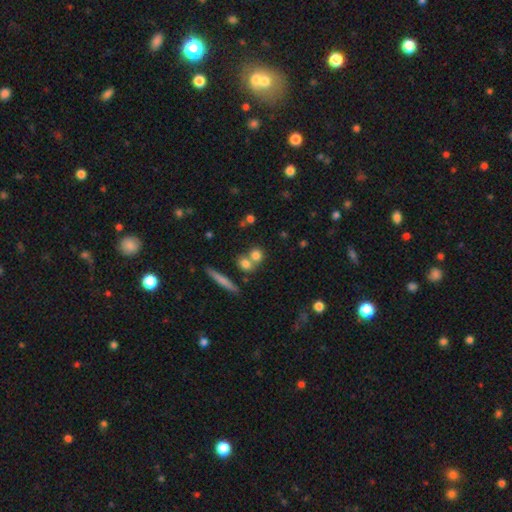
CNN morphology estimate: The model was most divided on "merging": none: 52%, merger: 37%, minor disturbance: 8%, major disturbance: 3%. More confident: smooth or featured — smooth (75%); how rounded — round (74%).